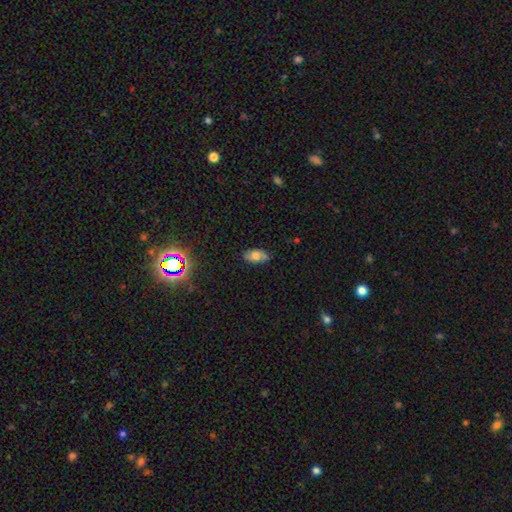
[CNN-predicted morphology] Smooth or featured? smooth (72%)
How rounded? in between (92%)
Merging? none (76%)